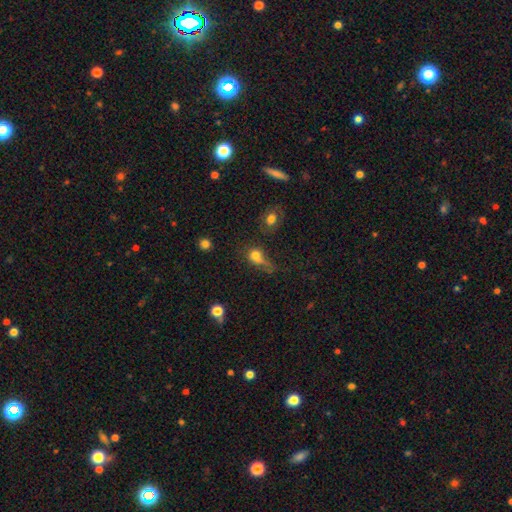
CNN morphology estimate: A smooth galaxy with no disk features (69%) that is round (66%).

Vote fractions:
- Smooth or featured? smooth: 69% / star or artifact: 16% / featured or disk: 15%
- How rounded? round: 66% / in between: 30% / cigar-shaped: 4%
- Merging? none: 35% / major disturbance: 27% / minor disturbance: 19% / merger: 18%